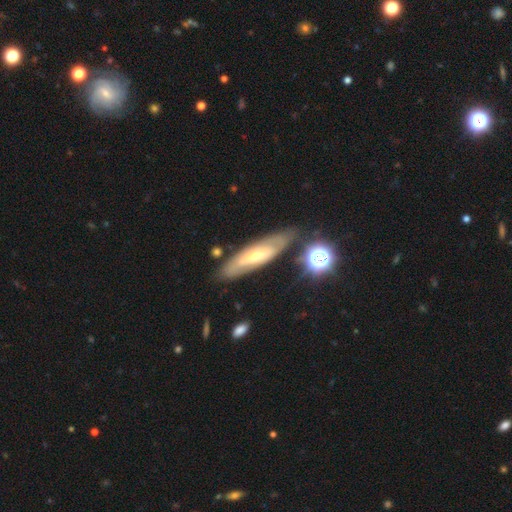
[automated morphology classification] Q: Smooth or featured?
A: featured or disk (61%); runner-up: smooth (31%)
Q: Edge-on disk?
A: no (67%); runner-up: yes (33%)
Q: Merging?
A: none (74%); runner-up: minor disturbance (16%)